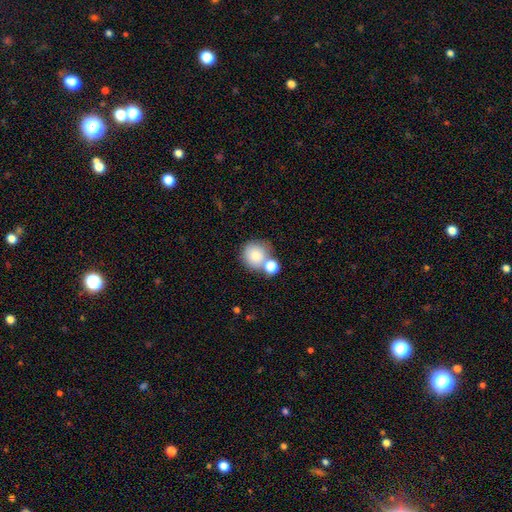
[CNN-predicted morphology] This is clearly a smooth galaxy (80%). How rounded: clearly round (88%). Merging: possibly none (53%).